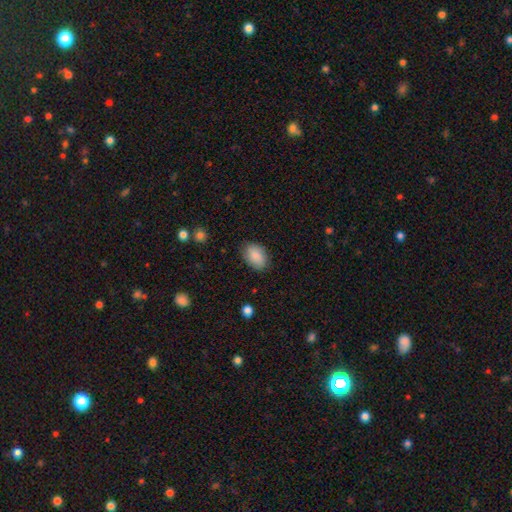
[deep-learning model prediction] smooth 87%, star or artifact 7%, featured or disk 6%. Down the decision tree: how rounded — in between (86%); merging — none (84%).